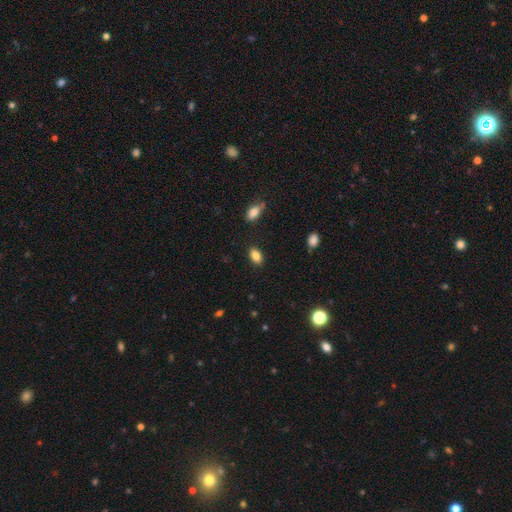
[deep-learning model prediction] Smooth or featured: smooth — 85% (star or artifact — 9%)
How rounded: in between — 88% (round — 9%)
Merging: none — 87% (minor disturbance — 9%)